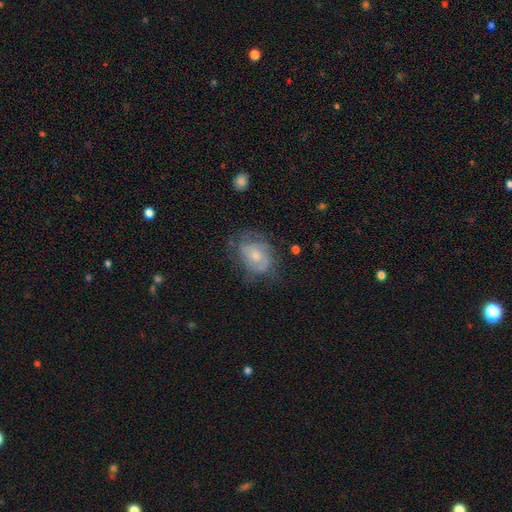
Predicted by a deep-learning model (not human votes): Smooth or featured? featured or disk (58%)
Edge-on disk? no (97%)
Bar? no (73%)
Spiral arms? yes (71%)
Bulge size? moderate (52%)
Merging? none (54%)